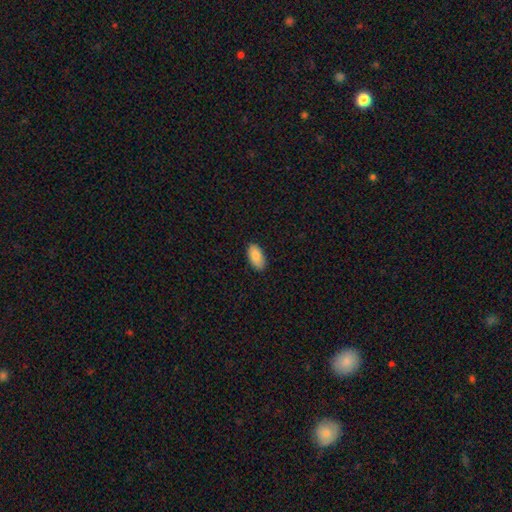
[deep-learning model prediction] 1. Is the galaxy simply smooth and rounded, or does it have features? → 87% smooth, 7% featured or disk, 6% star or artifact.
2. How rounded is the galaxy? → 94% in between, 3% cigar-shaped, 2% round.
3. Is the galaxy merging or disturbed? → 88% none, 9% minor disturbance, 2% major disturbance, 1% merger.